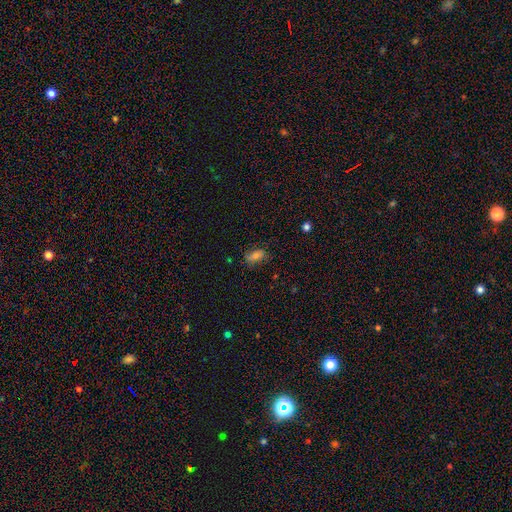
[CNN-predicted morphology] smooth_or_featured: smooth (p=0.60) [alt: featured or disk p=0.24]
how_rounded: in between (p=0.82) [alt: round p=0.10]
merging: none (p=0.72) [alt: minor disturbance p=0.20]